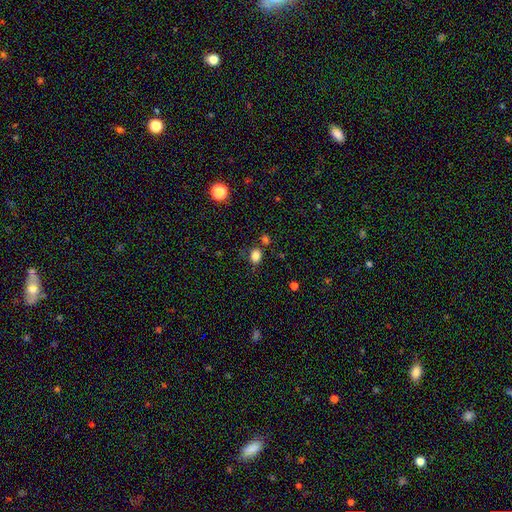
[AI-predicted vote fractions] Q: Smooth or featured?
A: smooth (82%); runner-up: star or artifact (13%)
Q: How rounded?
A: round (51%); runner-up: in between (48%)
Q: Merging?
A: none (73%); runner-up: minor disturbance (16%)